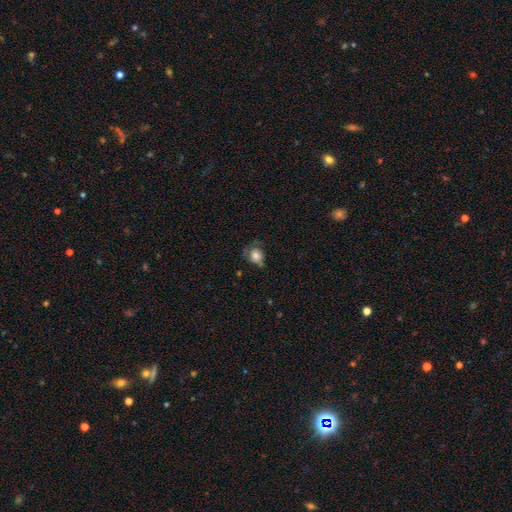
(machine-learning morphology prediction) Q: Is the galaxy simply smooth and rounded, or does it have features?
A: smooth — 64%.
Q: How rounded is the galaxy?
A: round — 64%.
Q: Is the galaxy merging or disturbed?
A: none — 42%.